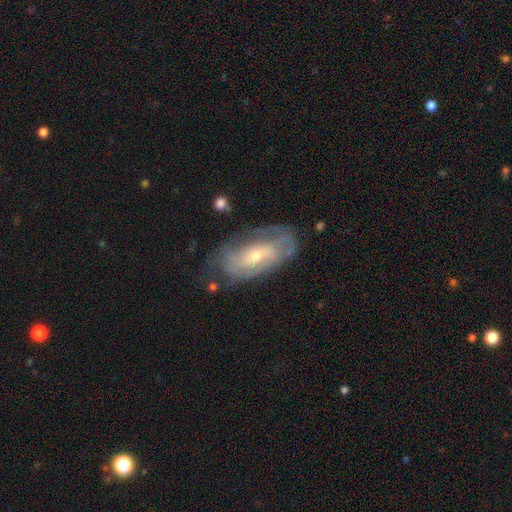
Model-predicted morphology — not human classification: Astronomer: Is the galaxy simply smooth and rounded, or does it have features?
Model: featured or disk — 69%.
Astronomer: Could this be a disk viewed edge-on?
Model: no — 91%.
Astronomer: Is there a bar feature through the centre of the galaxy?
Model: no — 55% (runner-up: weak, 35%).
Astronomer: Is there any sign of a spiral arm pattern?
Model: yes — 74%.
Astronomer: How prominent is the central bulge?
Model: small — 57% (runner-up: moderate, 38%).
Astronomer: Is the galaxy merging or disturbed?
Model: none — 61%.